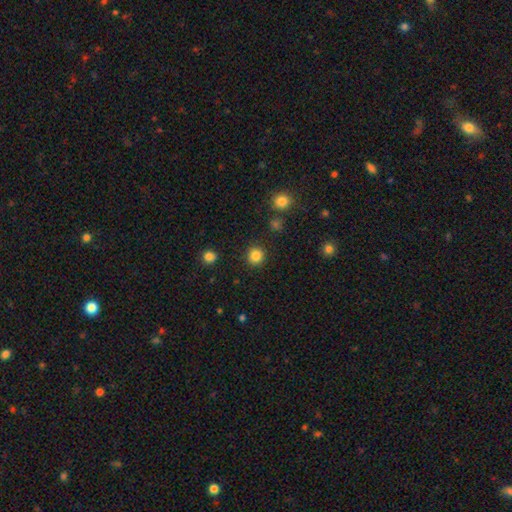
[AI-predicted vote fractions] smooth 84%, star or artifact 11%, featured or disk 4%. Down the decision tree: how rounded — round (92%); merging — none (90%).